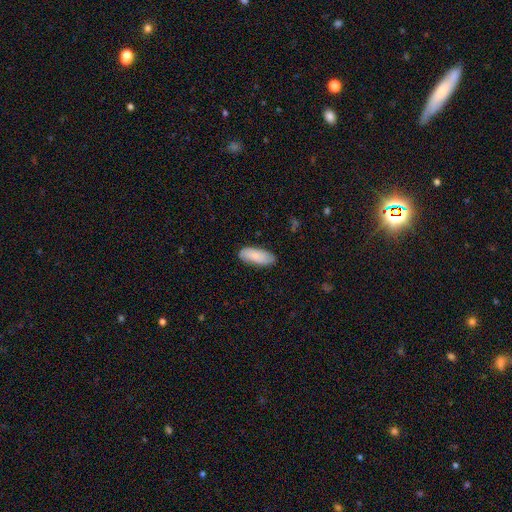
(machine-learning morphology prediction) Q: Smooth or featured?
A: smooth (86%); runner-up: featured or disk (9%)
Q: How rounded?
A: in between (80%); runner-up: cigar-shaped (19%)
Q: Merging?
A: none (84%); runner-up: minor disturbance (13%)